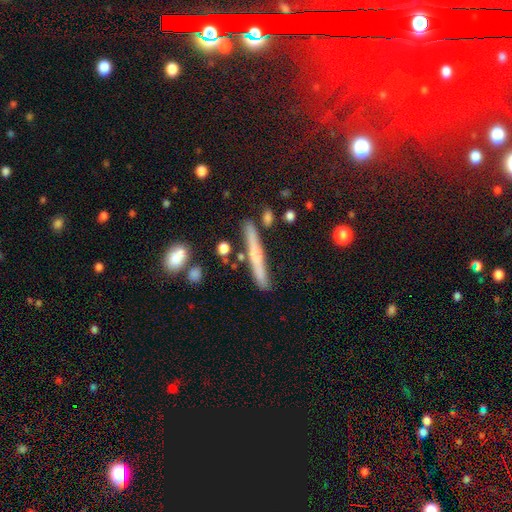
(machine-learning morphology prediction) type=smooth (47%); merging=none (80%).